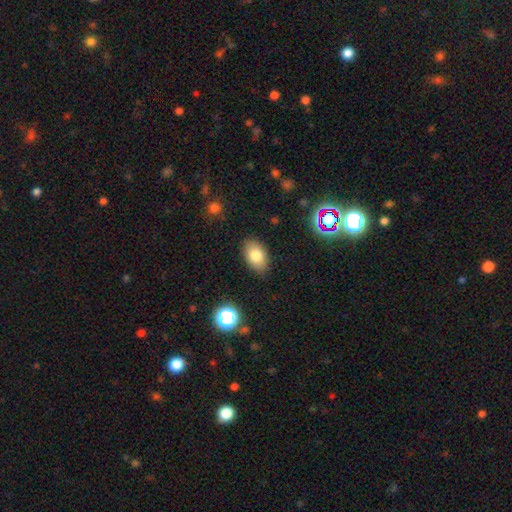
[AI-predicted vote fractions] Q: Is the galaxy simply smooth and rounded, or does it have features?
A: smooth — 79%.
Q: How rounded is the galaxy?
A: in between — 89%.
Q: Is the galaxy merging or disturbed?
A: none — 85%.